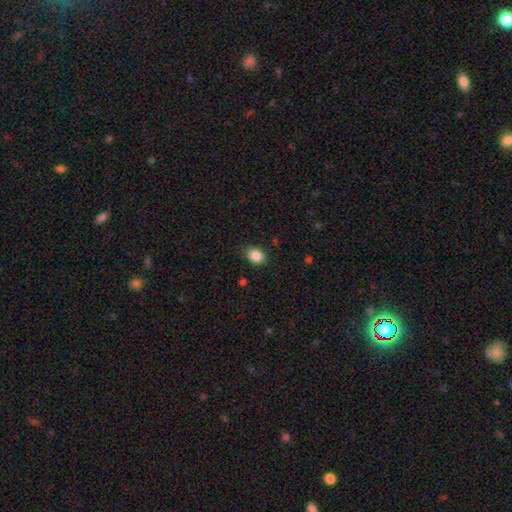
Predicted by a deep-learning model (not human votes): A smooth galaxy with no disk features (87%) that is in between round and cigar-shaped (59%).

Vote fractions:
- Smooth or featured? smooth: 87% / star or artifact: 9% / featured or disk: 4%
- How rounded? in between: 59% / round: 40% / cigar-shaped: 1%
- Merging? none: 85% / minor disturbance: 12% / major disturbance: 3% / merger: 1%